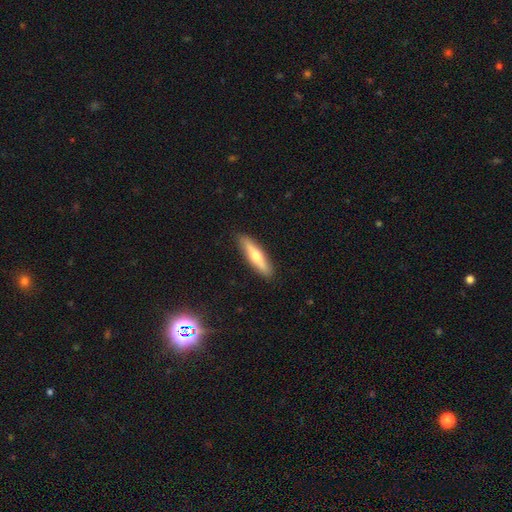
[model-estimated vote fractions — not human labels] Smooth or featured?
  - smooth: 52% *
  - featured or disk: 41%
  - star or artifact: 6%
How rounded?
  - cigar-shaped: 80% *
  - in between: 19%
  - round: 2%
Merging?
  - none: 89% *
  - minor disturbance: 8%
  - major disturbance: 2%
  - merger: 1%